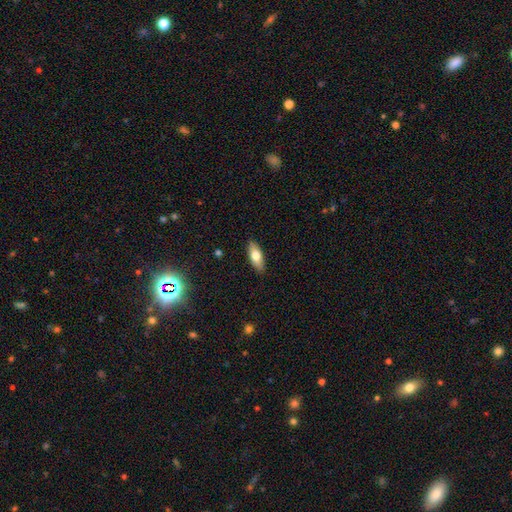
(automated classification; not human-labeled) The model was most divided on "smooth or featured": smooth: 73%, featured or disk: 20%, star or artifact: 7%. More confident: merging — none (89%); how rounded — in between (76%).